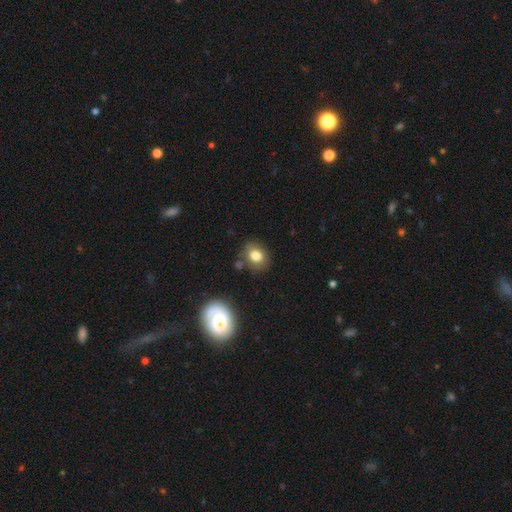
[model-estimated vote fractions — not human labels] Smooth or featured? Predicted: smooth (p=0.78). How rounded? Predicted: round (p=0.50). Merging? Predicted: none (p=0.76).